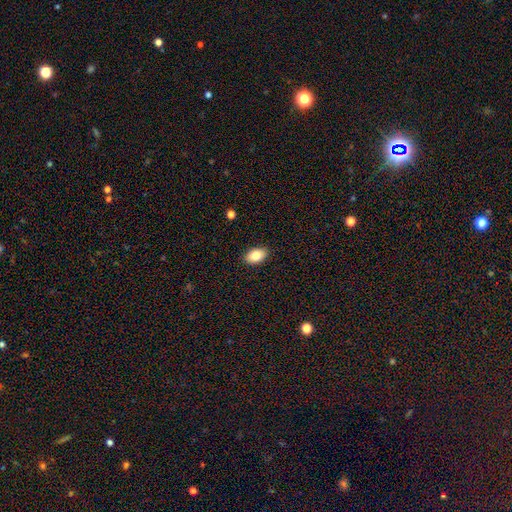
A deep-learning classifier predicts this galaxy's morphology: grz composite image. It shows a smooth galaxy with no disk features (83%) that is in between round and cigar-shaped (91%). Merging: none (89%).